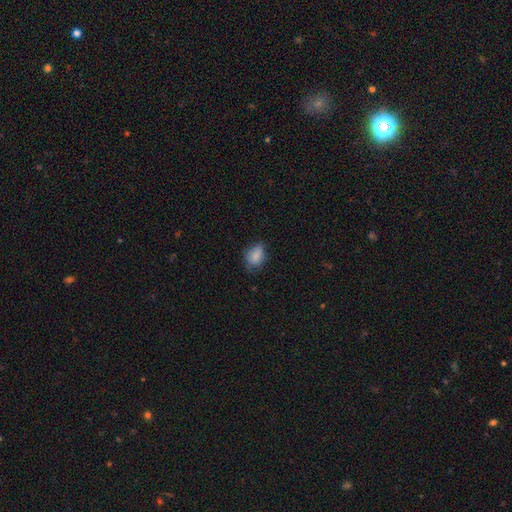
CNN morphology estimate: smooth-or-featured: smooth: 80% | featured or disk: 11% | star or artifact: 9%
  how-rounded: in between: 72% | round: 27% | cigar-shaped: 1%
  merging: none: 57% | minor disturbance: 33% | major disturbance: 8% | merger: 1%